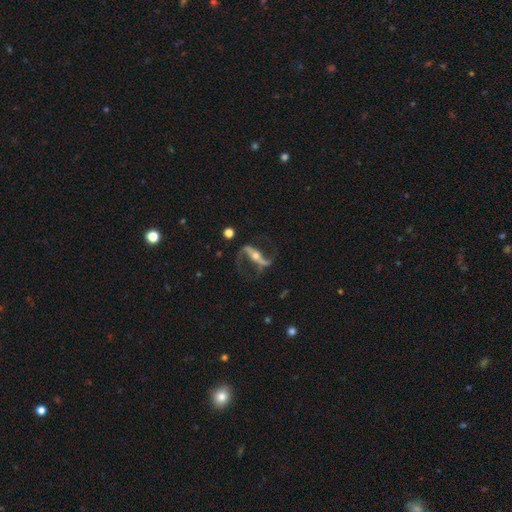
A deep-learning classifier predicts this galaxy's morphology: This appears to be a featured or disk galaxy (89%) with a strong bar (63%), 2 (93%) loose (68%) spiral arms (95%) and a moderate central bulge (49%). Merging: none (72%).